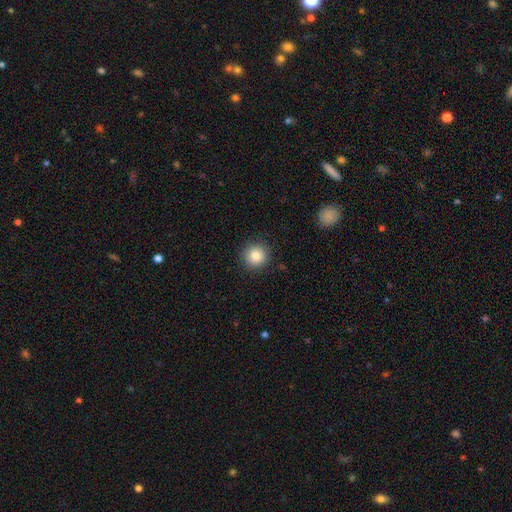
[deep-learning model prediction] Smooth or featured? Predicted: smooth (p=0.83). How rounded? Predicted: round (p=0.94). Merging? Predicted: none (p=0.90).